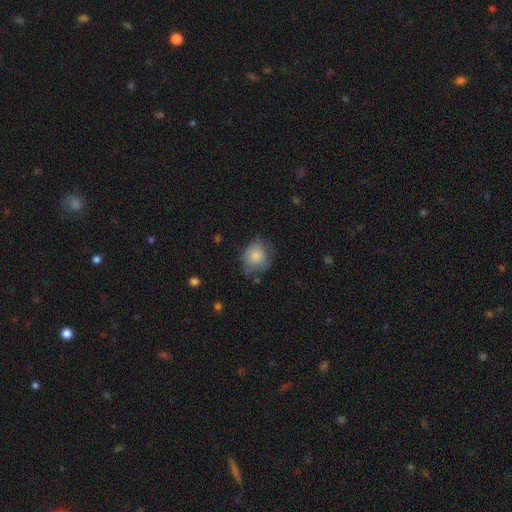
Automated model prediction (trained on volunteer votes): Smooth or featured?
  - smooth: 81% *
  - featured or disk: 12%
  - star or artifact: 8%
How rounded?
  - round: 75% *
  - in between: 24%
  - cigar-shaped: 1%
Merging?
  - none: 57% *
  - minor disturbance: 30%
  - major disturbance: 10%
  - merger: 2%